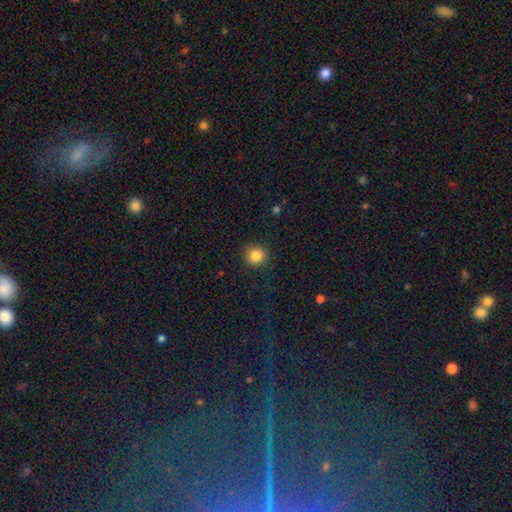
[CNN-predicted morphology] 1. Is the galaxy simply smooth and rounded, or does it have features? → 85% smooth, 11% star or artifact, 4% featured or disk.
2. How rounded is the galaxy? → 93% round, 6% in between, 1% cigar-shaped.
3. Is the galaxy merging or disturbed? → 90% none, 6% minor disturbance, 2% major disturbance, 1% merger.